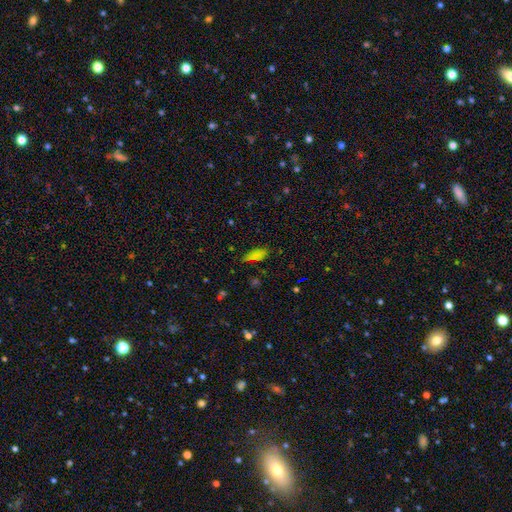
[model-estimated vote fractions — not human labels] A smooth galaxy with no disk features (76%) that is in between round and cigar-shaped (73%). Merging: none (66%).